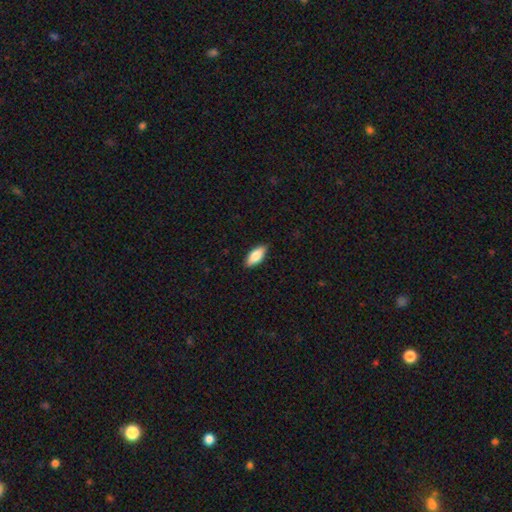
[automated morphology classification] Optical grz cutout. It shows a smooth galaxy with no disk features (83%) that is in between round and cigar-shaped (83%). Merging: none (88%).